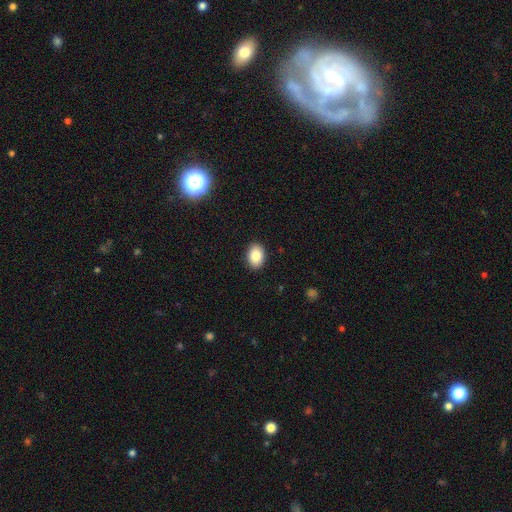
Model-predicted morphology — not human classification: This appears to be a smooth galaxy with no disk features (84%) that is in between round and cigar-shaped (77%). Merging: none (90%).